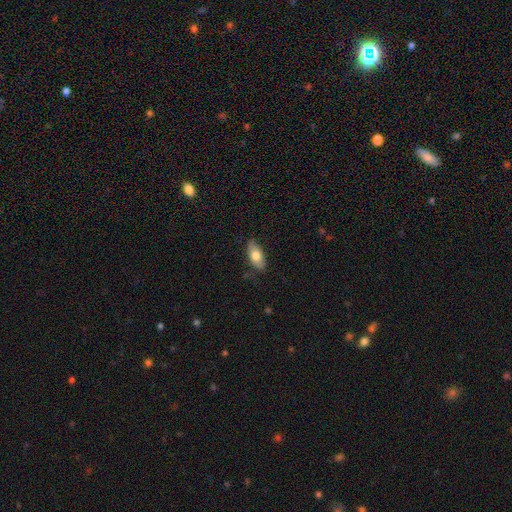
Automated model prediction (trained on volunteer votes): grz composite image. It shows a smooth galaxy with no disk features (73%) that is in between round and cigar-shaped (84%). Merging: none (82%).